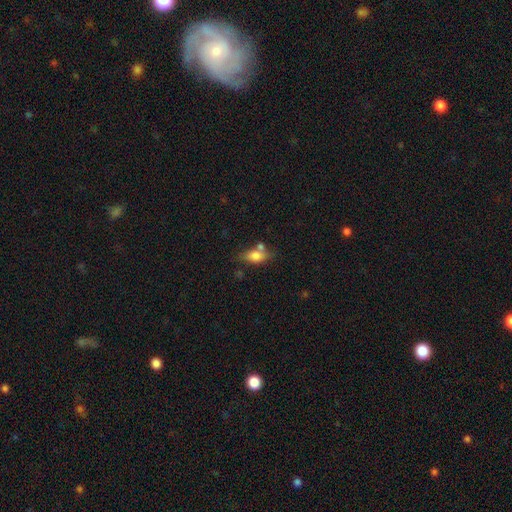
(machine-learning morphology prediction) Smooth or featured? smooth (75%)
How rounded? in between (80%)
Merging? none (54%)